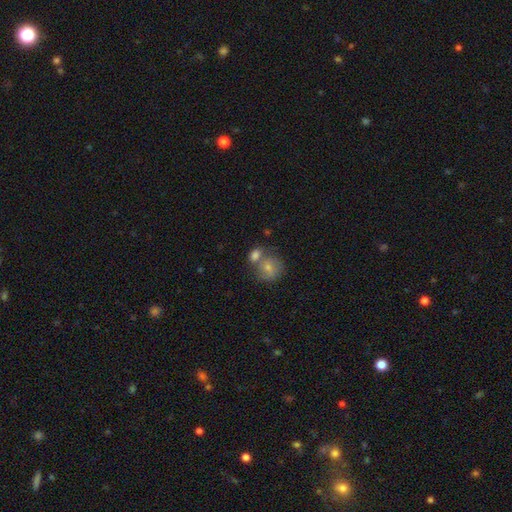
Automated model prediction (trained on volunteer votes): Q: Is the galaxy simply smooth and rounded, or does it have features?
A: smooth — 77%.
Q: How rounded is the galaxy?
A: round — 51%.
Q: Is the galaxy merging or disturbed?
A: merger — 51%.